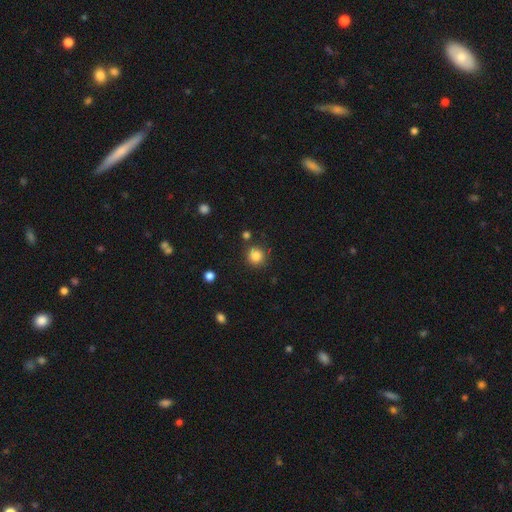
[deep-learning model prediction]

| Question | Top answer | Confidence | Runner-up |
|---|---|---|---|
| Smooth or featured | smooth | 84% | star or artifact (11%) |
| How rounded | round | 91% | in between (8%) |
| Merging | none | 83% | minor disturbance (9%) |